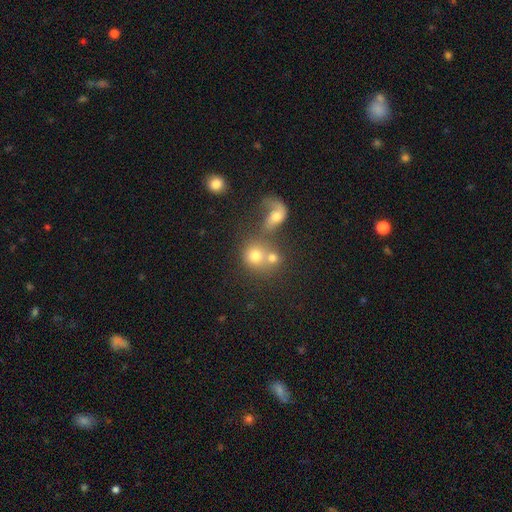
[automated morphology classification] smooth 68%, featured or disk 20%, star or artifact 12%. Down the decision tree: how rounded — round (76%); merging — merger (49%).